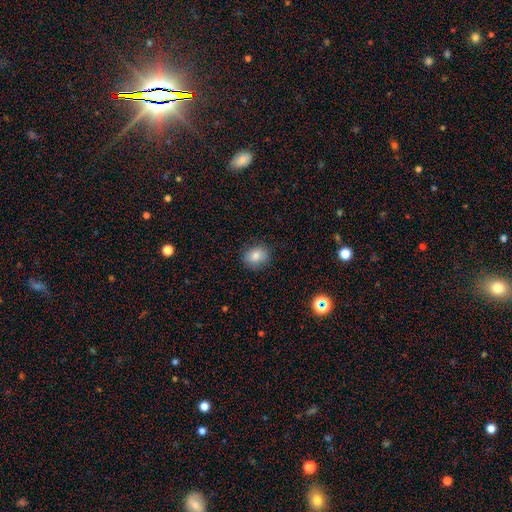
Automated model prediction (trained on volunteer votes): Overall: smooth (82%). How rounded: round (60%; in between 39%). Merging: none (85%).